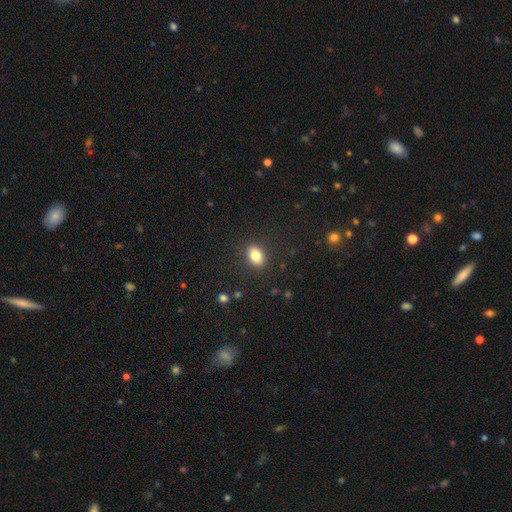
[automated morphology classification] This is clearly a smooth galaxy (83%). How rounded: likely in between (80%). Merging: clearly none (87%).